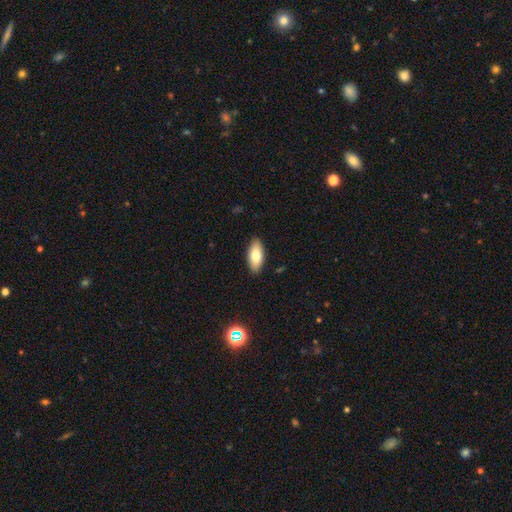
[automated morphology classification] smooth-or-featured: smooth: 77% | featured or disk: 16% | star or artifact: 7%
  how-rounded: in between: 89% | cigar-shaped: 9% | round: 2%
  merging: none: 89% | minor disturbance: 8% | major disturbance: 2% | merger: 1%